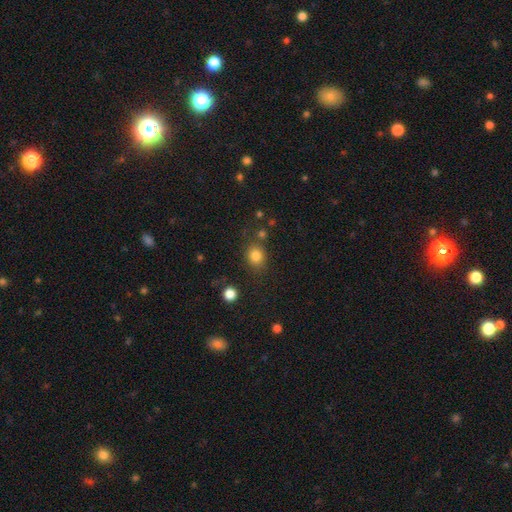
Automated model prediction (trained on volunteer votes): Smooth or featured? smooth (82%)
How rounded? round (71%)
Merging? none (76%)